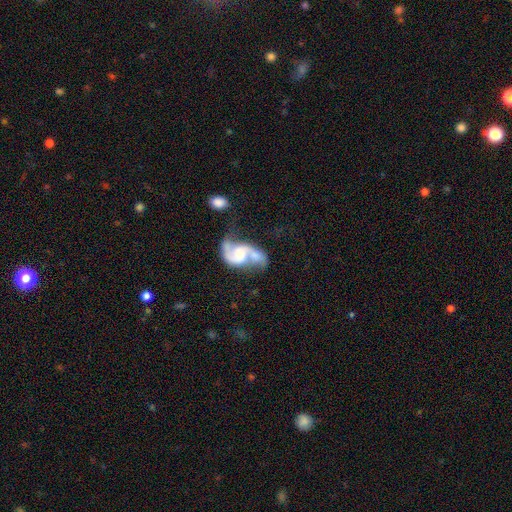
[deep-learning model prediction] A featured or disk galaxy (84%) with no bar (53%), 2 (90%) loose (52%) spiral arms (94%) and a moderate central bulge (34%).

Vote fractions:
- Smooth or featured? featured or disk: 84% / smooth: 11% / star or artifact: 5%
- Edge-on disk? no: 98% / yes: 2%
- Bar? no: 53% / weak: 36% / strong: 10%
- Spiral arms? yes: 94% / no: 6%
- Spiral winding? loose: 52% / medium: 39% / tight: 9%
- Spiral arm count? 2: 90% / 1: 4% / can't tell: 3% / 3: 1% / 4: 1% / more than 4: 1%
- Bulge size? moderate: 34% / small: 33% / none: 21% / large: 10% / dominant: 2%
- Merging? merger: 38% / none: 30% / major disturbance: 17% / minor disturbance: 15%